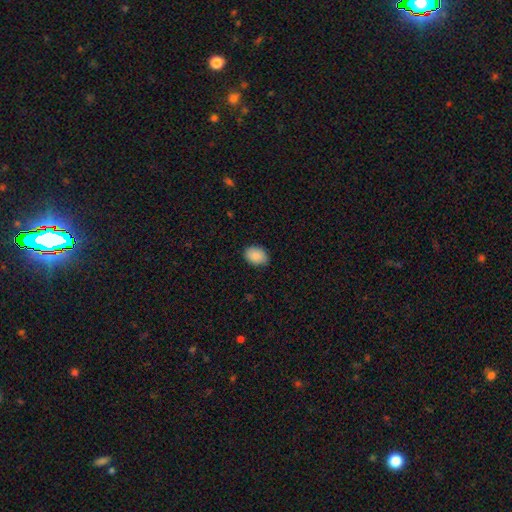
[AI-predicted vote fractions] A smooth galaxy with no disk features (89%) that is in between round and cigar-shaped (75%). Merging: none (86%).